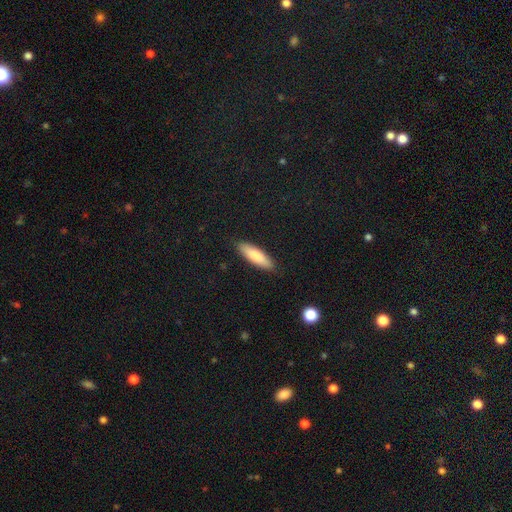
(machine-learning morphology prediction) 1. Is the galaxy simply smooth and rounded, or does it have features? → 82% smooth, 12% featured or disk, 6% star or artifact.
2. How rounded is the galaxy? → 59% cigar-shaped, 40% in between, 1% round.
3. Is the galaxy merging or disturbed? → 88% none, 9% minor disturbance, 2% major disturbance, 1% merger.